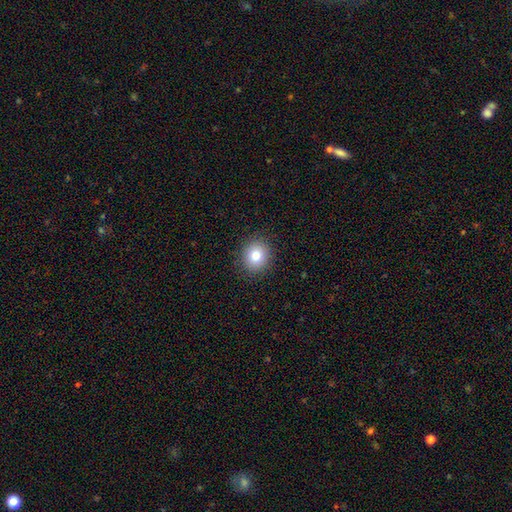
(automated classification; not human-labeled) This appears to be a smooth galaxy with no disk features (80%) that is round (81%). Merging: none (90%).